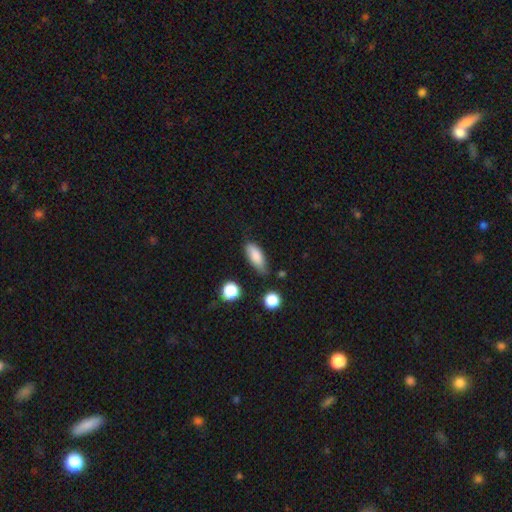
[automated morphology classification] smooth_or_featured: smooth (p=0.83) [alt: featured or disk p=0.09]
how_rounded: in between (p=0.74) [alt: cigar-shaped p=0.22]
merging: none (p=0.64) [alt: minor disturbance p=0.27]